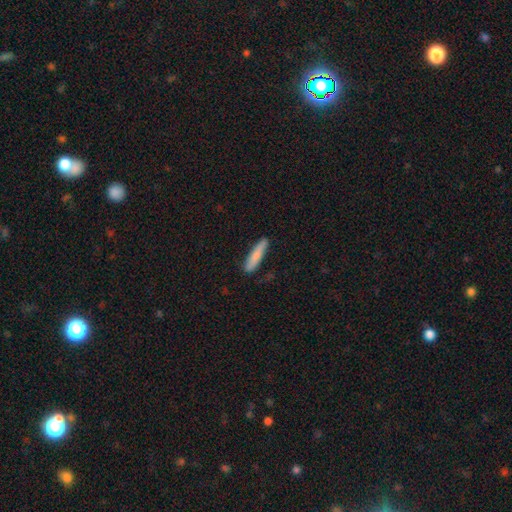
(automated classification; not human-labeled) Morphology: type=smooth (82%); roundness=cigar-shaped (86%); merging=none (85%).